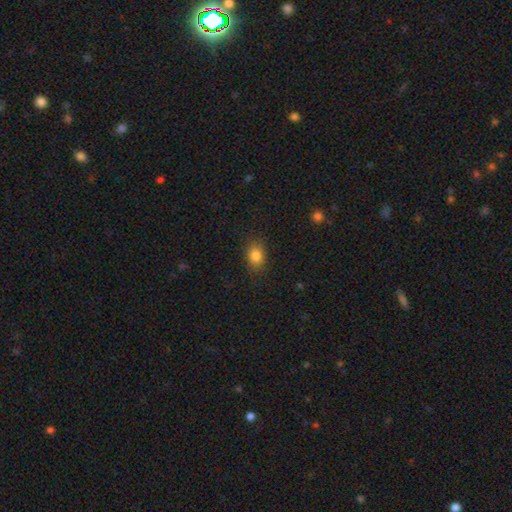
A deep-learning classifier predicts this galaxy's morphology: Smooth or featured?
  - smooth: 83% *
  - star or artifact: 11%
  - featured or disk: 6%
How rounded?
  - in between: 58% *
  - round: 41%
  - cigar-shaped: 1%
Merging?
  - none: 84% *
  - minor disturbance: 11%
  - major disturbance: 3%
  - merger: 1%